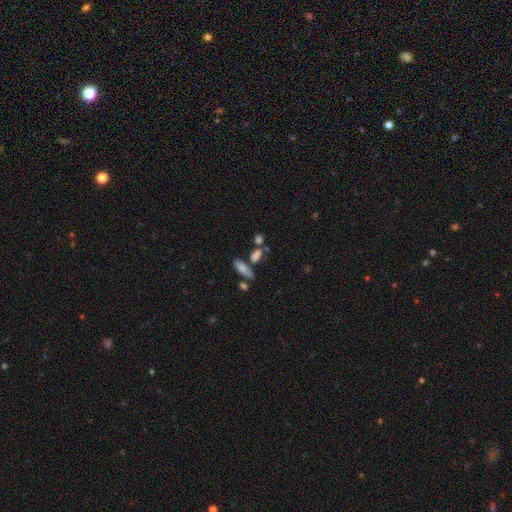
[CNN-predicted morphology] This appears to be a smooth galaxy with no disk features (68%) that is in between round and cigar-shaped (55%). Merging: none (56%).